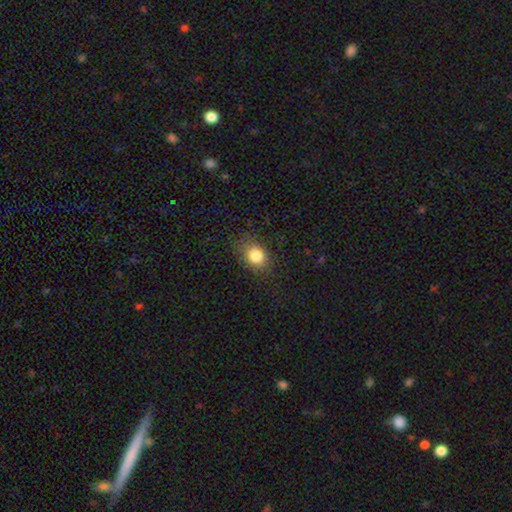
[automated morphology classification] The model was most divided on "how rounded": round: 50%, in between: 49%, cigar-shaped: 1%. More confident: smooth or featured — smooth (83%); merging — none (79%).